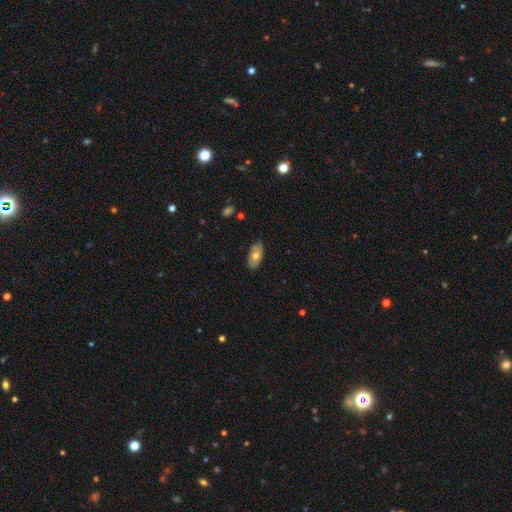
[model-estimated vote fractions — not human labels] Smooth or featured?
  - smooth: 57% *
  - featured or disk: 37%
  - star or artifact: 7%
How rounded?
  - in between: 92% *
  - round: 5%
  - cigar-shaped: 3%
Merging?
  - none: 80% *
  - minor disturbance: 16%
  - major disturbance: 3%
  - merger: 1%